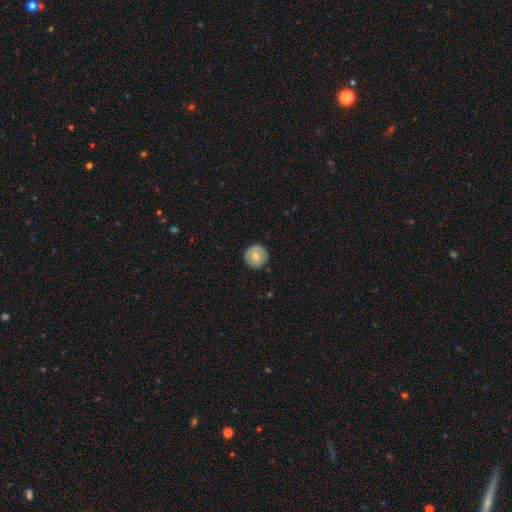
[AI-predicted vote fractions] smooth-or-featured: smooth: 69% | featured or disk: 24% | star or artifact: 7%
  how-rounded: round: 95% | in between: 4% | cigar-shaped: 1%
  merging: none: 88% | minor disturbance: 9% | major disturbance: 2% | merger: 1%